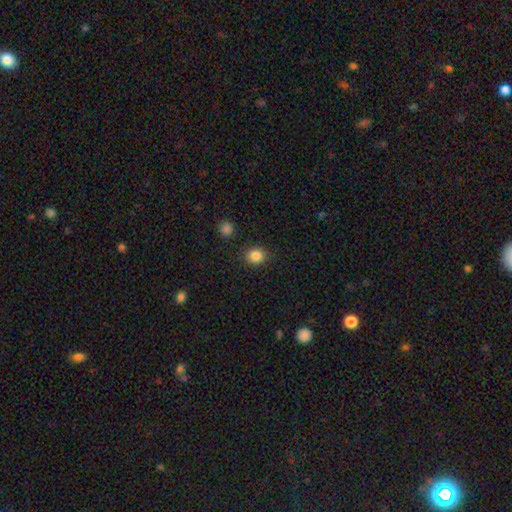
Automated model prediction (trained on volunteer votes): Morphology: type=smooth (86%); roundness=round (76%); merging=none (86%).